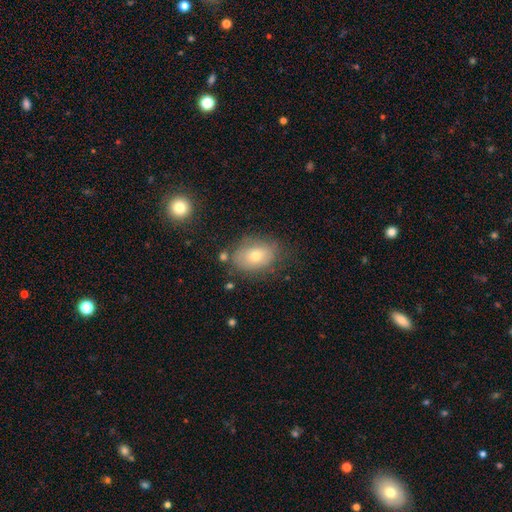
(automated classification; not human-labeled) smooth 69%, featured or disk 21%, star or artifact 11%. Down the decision tree: how rounded — in between (75%); merging — none (71%).